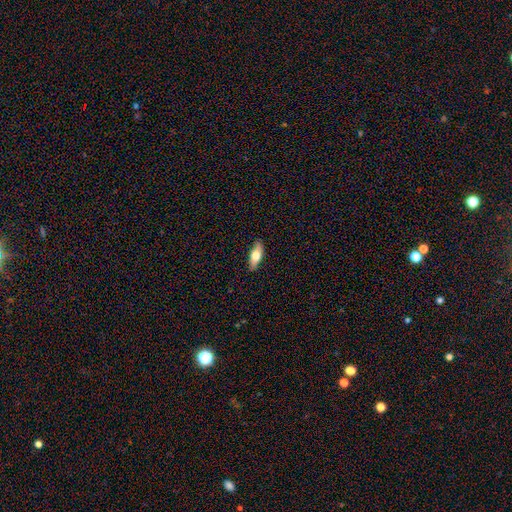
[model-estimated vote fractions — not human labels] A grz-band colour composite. It shows a smooth galaxy with no disk features (64%) that is in between round and cigar-shaped (66%). Merging: none (87%).